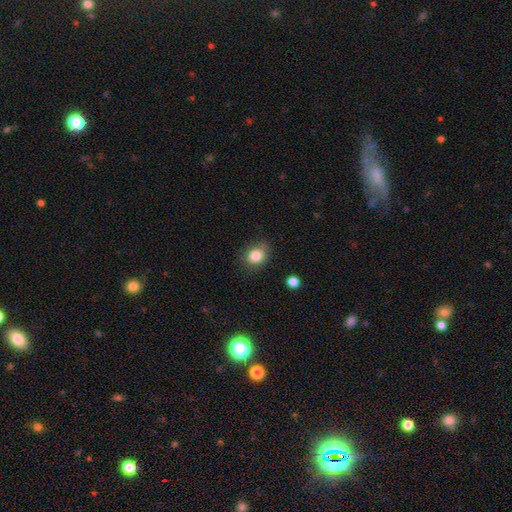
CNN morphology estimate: This is clearly a smooth galaxy (84%). How rounded: possibly round (53%). Merging: likely none (75%).